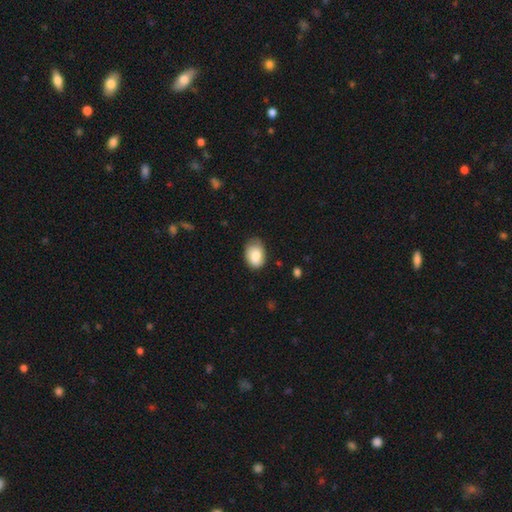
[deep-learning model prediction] A smooth galaxy with no disk features (82%) that is in between round and cigar-shaped (80%). Merging: none (66%).